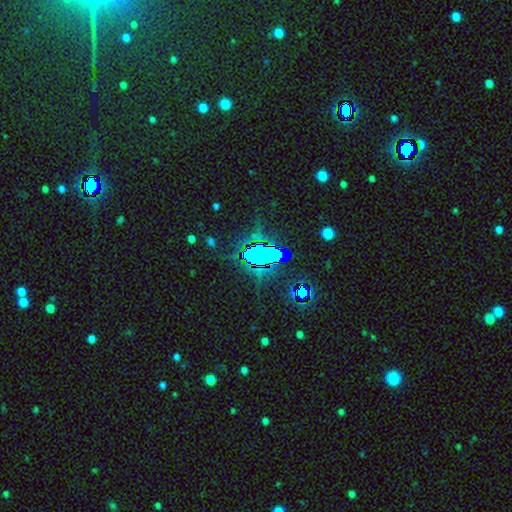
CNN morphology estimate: This is likely a star or artifact rather than a galaxy (72%).